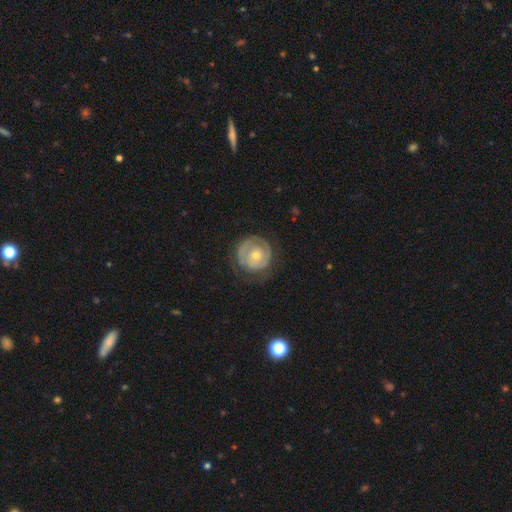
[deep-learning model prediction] featured or disk 60%, smooth 35%, star or artifact 6%. Down the decision tree: edge-on disk — no (97%); bar — no (85%); spiral arms — yes (59%); bulge size — small (50%); merging — none (61%).